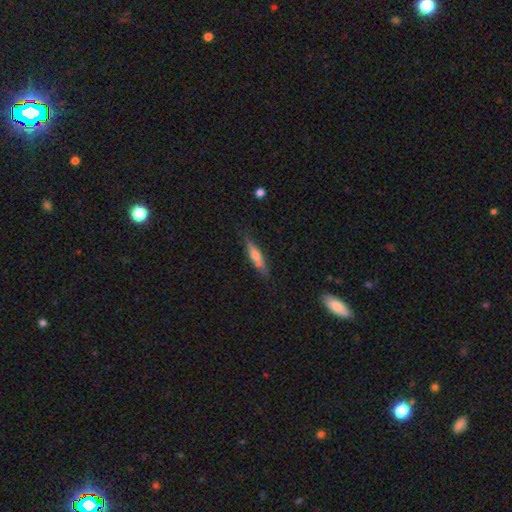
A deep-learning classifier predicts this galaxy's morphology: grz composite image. It shows a smooth galaxy with no disk features (49%). Merging: none (76%).